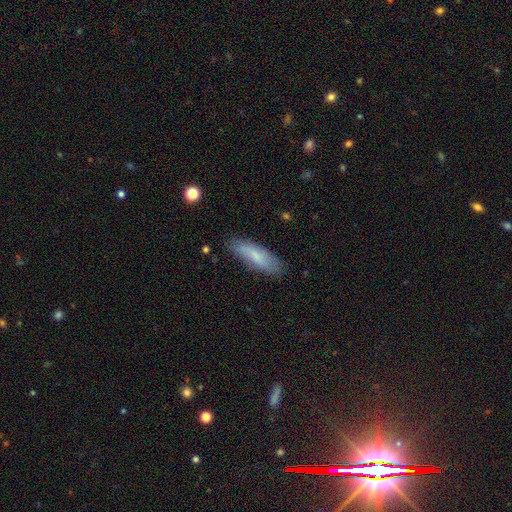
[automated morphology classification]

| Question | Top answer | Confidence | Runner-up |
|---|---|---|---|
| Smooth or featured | smooth | 74% | featured or disk (19%) |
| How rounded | cigar-shaped | 52% | in between (47%) |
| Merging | none | 80% | minor disturbance (15%) |